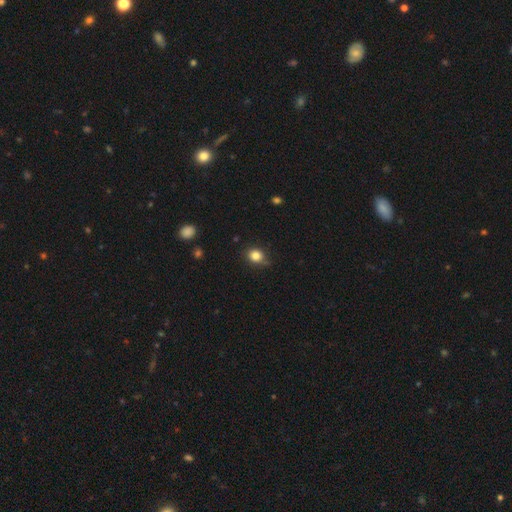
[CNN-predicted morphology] Smooth or featured: smooth — 83% (star or artifact — 11%)
How rounded: round — 66% (in between — 32%)
Merging: none — 73% (minor disturbance — 21%)